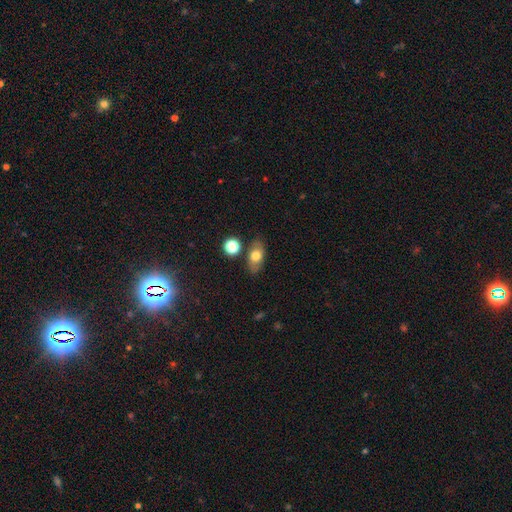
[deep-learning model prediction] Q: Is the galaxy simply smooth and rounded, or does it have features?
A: smooth — 71%.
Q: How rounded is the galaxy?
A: in between — 82%.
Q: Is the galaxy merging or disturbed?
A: none — 77%.